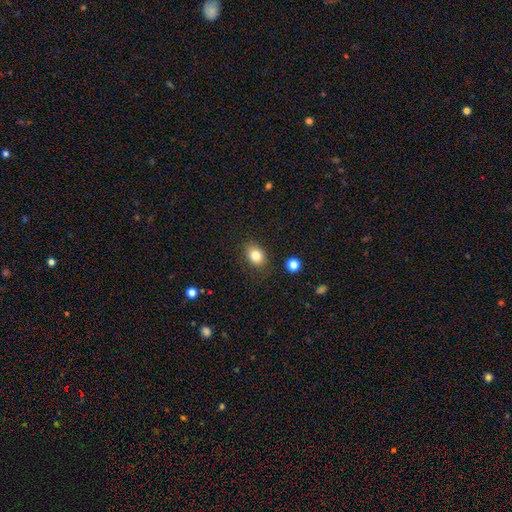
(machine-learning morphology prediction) smooth-or-featured: smooth: 82% | star or artifact: 10% | featured or disk: 8%
  how-rounded: in between: 62% | round: 37% | cigar-shaped: 1%
  merging: none: 84% | minor disturbance: 11% | major disturbance: 3% | merger: 2%